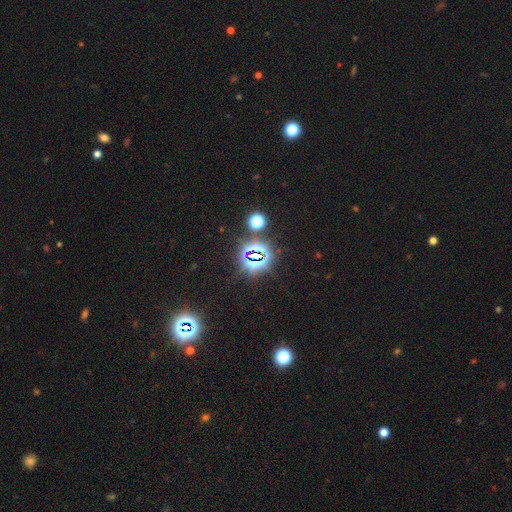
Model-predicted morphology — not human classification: Overall: star or artifact (78%).